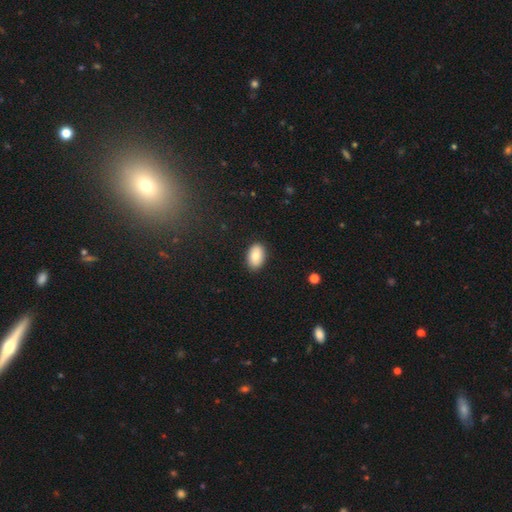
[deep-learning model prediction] Smooth or featured: smooth — 82% (featured or disk — 11%)
How rounded: in between — 89% (round — 10%)
Merging: none — 89% (minor disturbance — 8%)